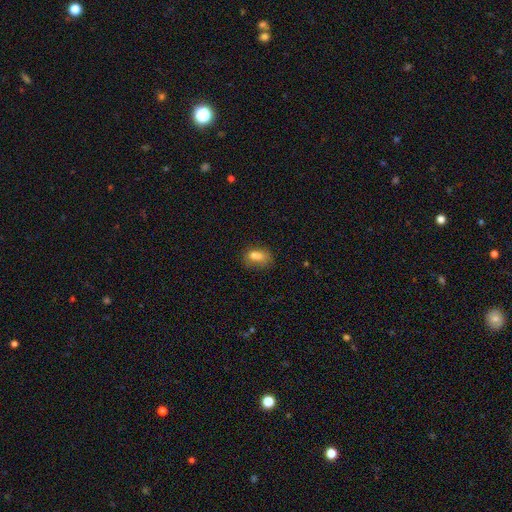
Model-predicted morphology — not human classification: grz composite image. It shows a smooth galaxy with no disk features (70%) that is in between round and cigar-shaped (68%). Merging: none (39%).